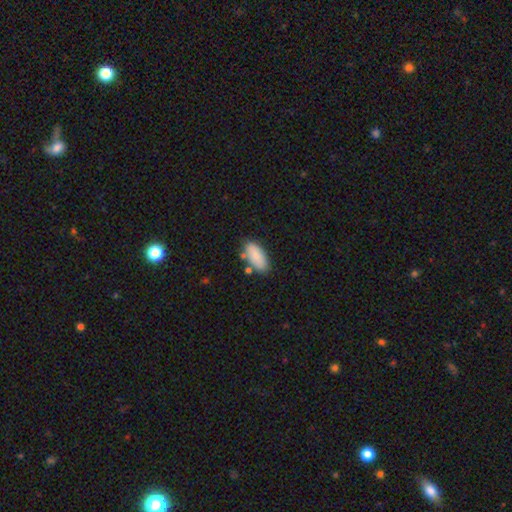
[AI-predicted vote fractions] Smooth or featured: smooth — 84% (featured or disk — 10%)
How rounded: in between — 90% (cigar-shaped — 7%)
Merging: none — 74% (minor disturbance — 15%)